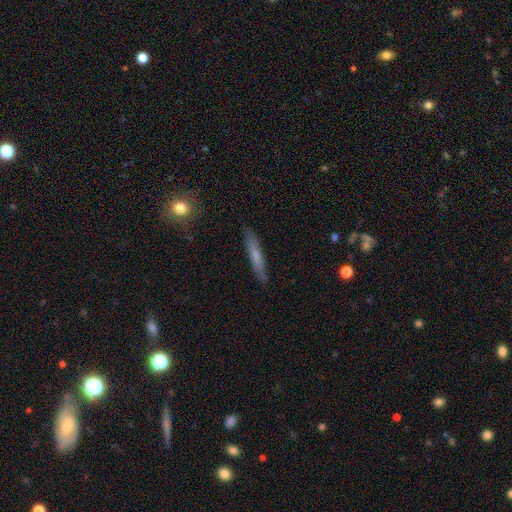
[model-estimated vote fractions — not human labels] This is likely a smooth galaxy (62%). How rounded: clearly cigar-shaped (93%). Merging: clearly none (87%).